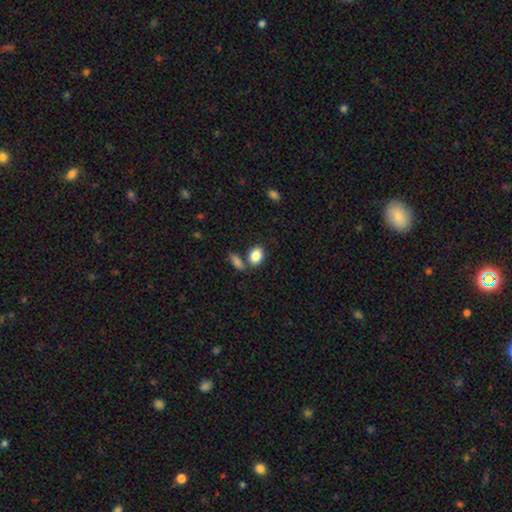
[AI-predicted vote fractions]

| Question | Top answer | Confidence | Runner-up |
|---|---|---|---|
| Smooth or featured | smooth | 86% | star or artifact (8%) |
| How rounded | in between | 78% | round (20%) |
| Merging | none | 62% | merger (23%) |